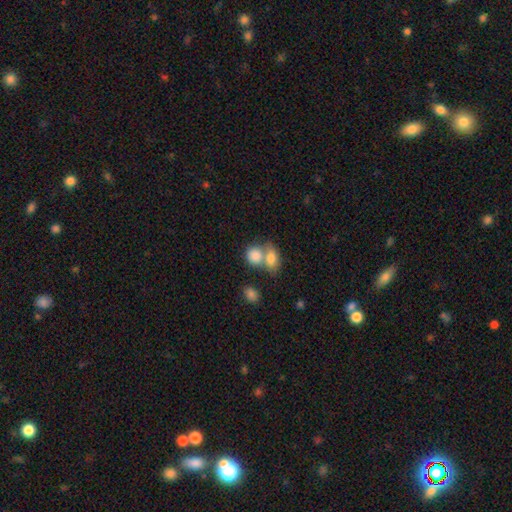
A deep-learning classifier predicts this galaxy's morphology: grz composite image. It shows a smooth galaxy with no disk features (82%) that is round (54%). Merging: merger (58%).